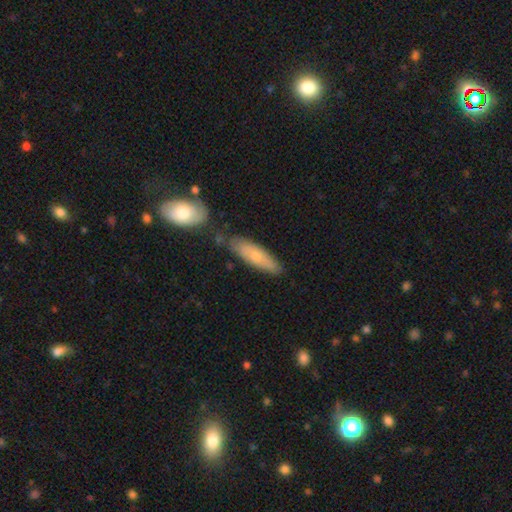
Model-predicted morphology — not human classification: smooth_or_featured: smooth (p=0.64) [alt: featured or disk p=0.30]
how_rounded: cigar-shaped (p=0.54) [alt: in between p=0.44]
merging: none (p=0.67) [alt: minor disturbance p=0.19]